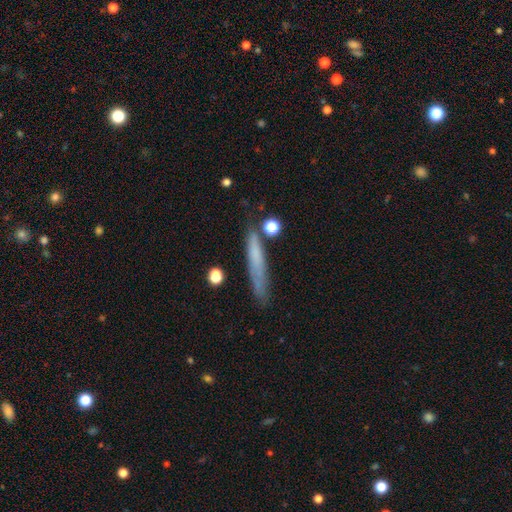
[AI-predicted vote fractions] Smooth or featured? smooth (60%)
How rounded? cigar-shaped (91%)
Merging? none (68%)